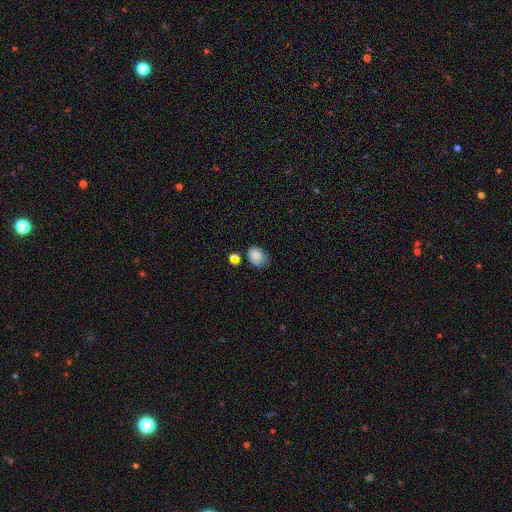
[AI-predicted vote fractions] This appears to be a smooth galaxy with no disk features (82%) that is in between round and cigar-shaped (61%). Merging: none (52%).